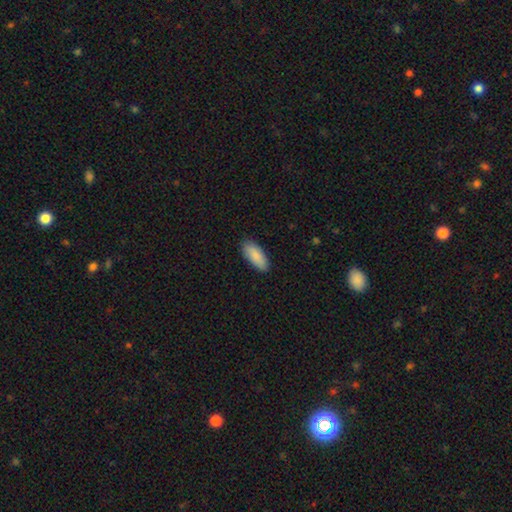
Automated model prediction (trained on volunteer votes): smooth-or-featured: smooth: 89% | featured or disk: 6% | star or artifact: 5%
  how-rounded: in between: 84% | cigar-shaped: 15% | round: 2%
  merging: none: 87% | minor disturbance: 10% | major disturbance: 2% | merger: 1%